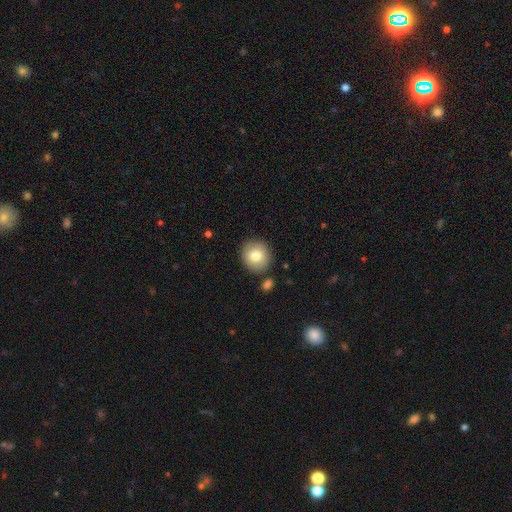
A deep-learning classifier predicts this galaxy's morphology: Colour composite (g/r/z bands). It shows a smooth galaxy with no disk features (81%) that is round (89%). Merging: none (85%).